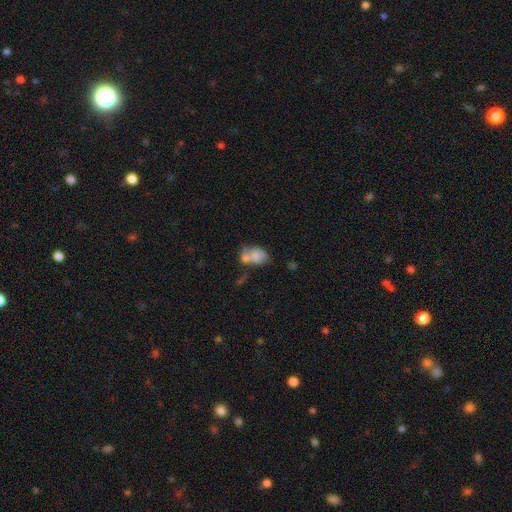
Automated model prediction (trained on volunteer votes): A smooth galaxy with no disk features (70%) that is in between round and cigar-shaped (75%). Merging: merger (55%).